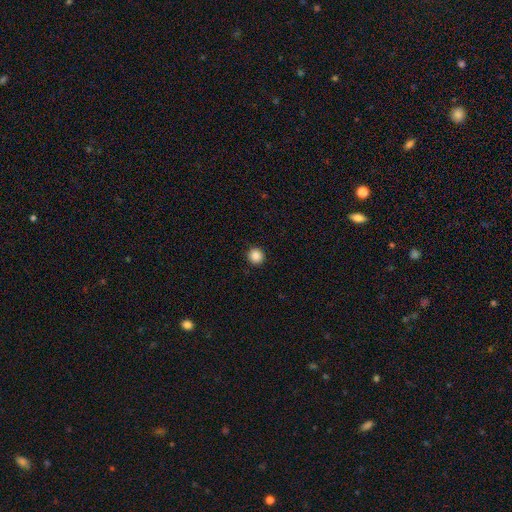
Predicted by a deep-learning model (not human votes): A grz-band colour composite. It shows a smooth galaxy with no disk features (87%) that is round (94%). Merging: none (92%).